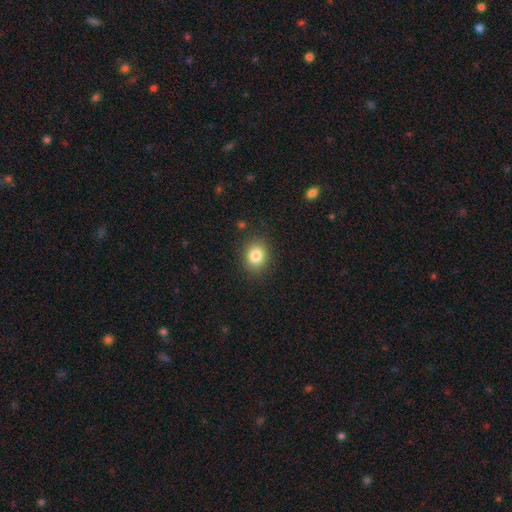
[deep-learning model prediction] smooth 84%, star or artifact 10%, featured or disk 6%. Down the decision tree: how rounded — round (61%); merging — none (87%).